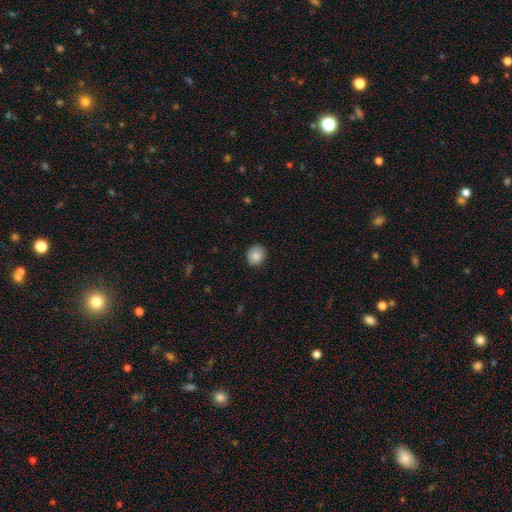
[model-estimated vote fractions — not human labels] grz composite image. It shows a smooth galaxy with no disk features (86%) that is round (80%). Merging: none (87%).